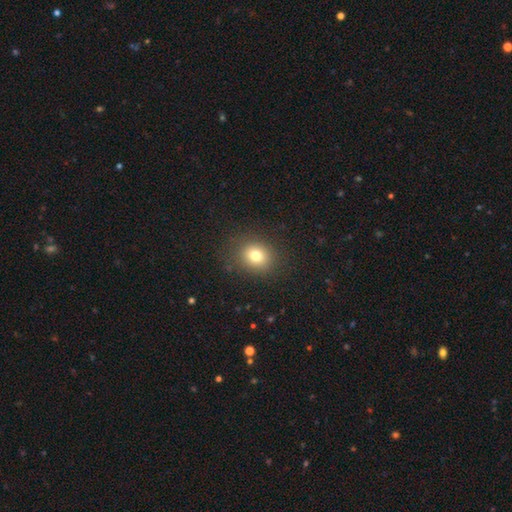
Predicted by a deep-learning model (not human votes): This appears to be a smooth galaxy with no disk features (78%) that is round (70%). Merging: none (86%).